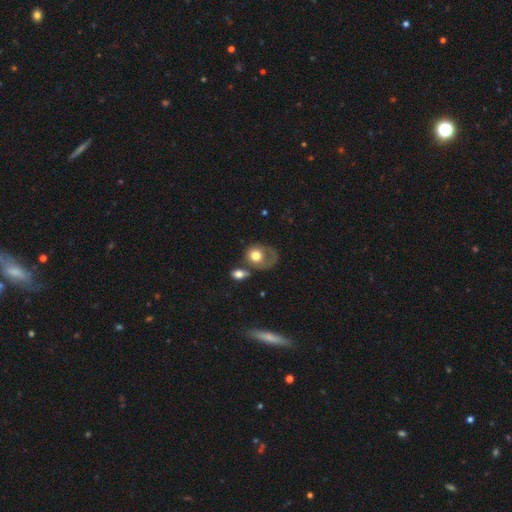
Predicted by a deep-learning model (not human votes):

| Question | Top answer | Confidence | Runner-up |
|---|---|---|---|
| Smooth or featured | smooth | 65% | featured or disk (27%) |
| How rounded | round | 57% | in between (42%) |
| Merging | none | 32% | major disturbance (26%) |